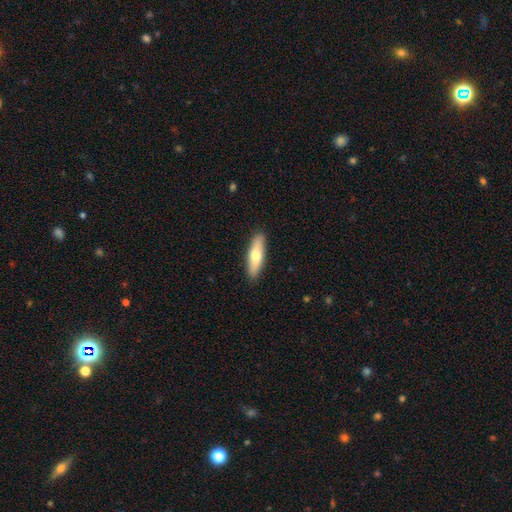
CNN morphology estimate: A smooth galaxy with no disk features (68%) that is cigar-shaped (58%). Merging: none (89%).